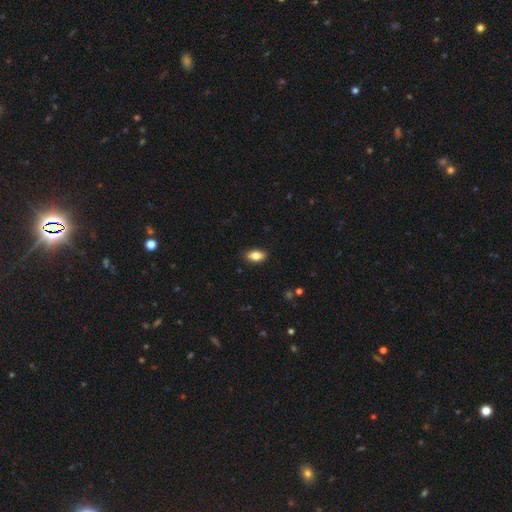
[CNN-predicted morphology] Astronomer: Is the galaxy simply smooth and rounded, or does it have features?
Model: smooth — 83%.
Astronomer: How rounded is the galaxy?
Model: in between — 90%.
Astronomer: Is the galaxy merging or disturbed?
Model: none — 88%.